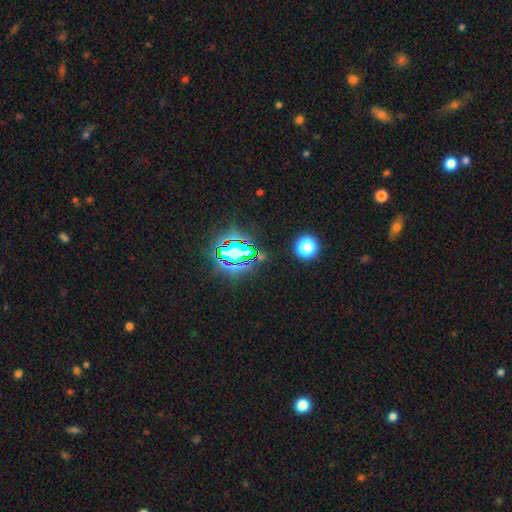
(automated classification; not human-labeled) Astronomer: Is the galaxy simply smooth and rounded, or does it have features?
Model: star or artifact — 76%.